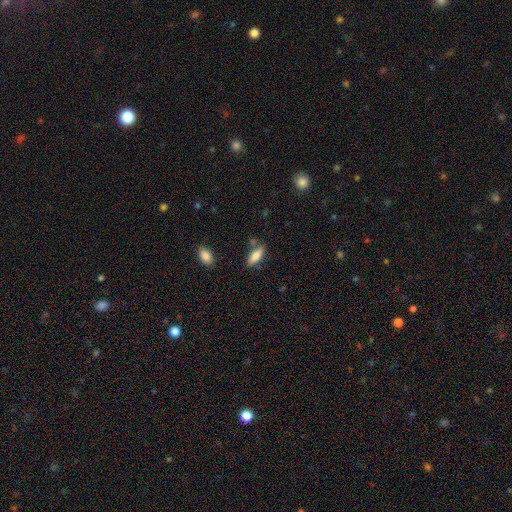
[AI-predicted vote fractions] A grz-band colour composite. It shows a smooth galaxy with no disk features (78%) that is in between round and cigar-shaped (64%). Merging: none (72%).